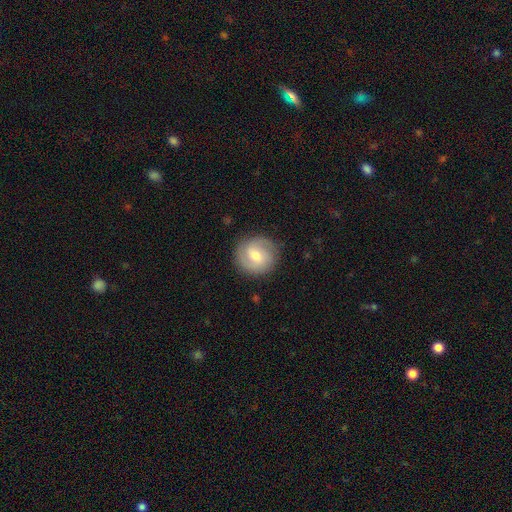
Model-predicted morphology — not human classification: smooth_or_featured: featured or disk (p=0.48) [alt: smooth p=0.45]
merging: none (p=0.85) [alt: minor disturbance p=0.10]